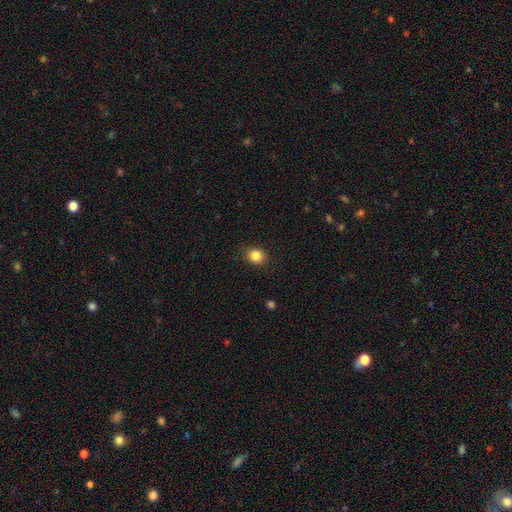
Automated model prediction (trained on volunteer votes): Q: Smooth or featured?
A: smooth (86%); runner-up: star or artifact (10%)
Q: How rounded?
A: round (68%); runner-up: in between (31%)
Q: Merging?
A: none (86%); runner-up: minor disturbance (10%)